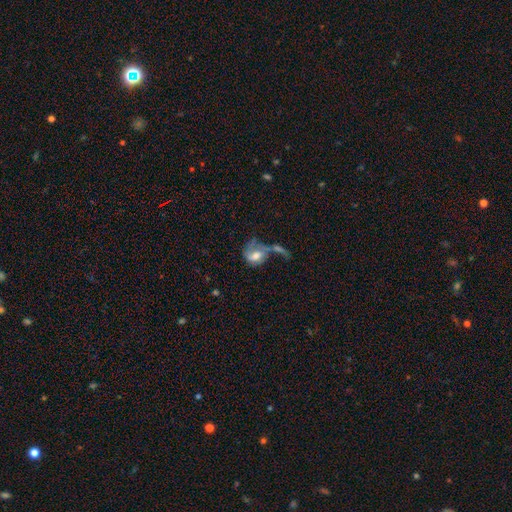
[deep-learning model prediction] The model was most divided on "smooth or featured": smooth: 47%, featured or disk: 44%, star or artifact: 9%. Remaining: merging — merger (39%).